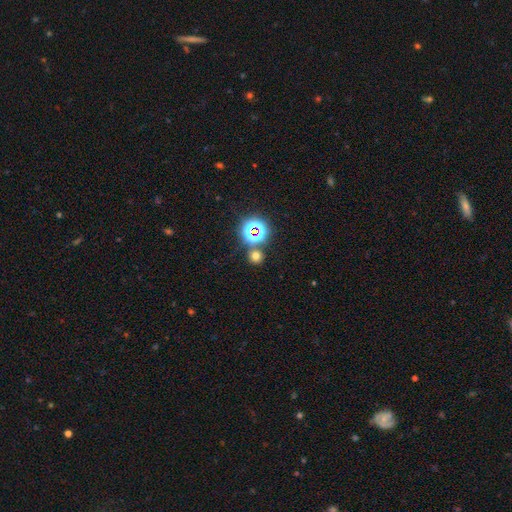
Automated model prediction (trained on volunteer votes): smooth_or_featured: smooth (p=0.61) [alt: star or artifact p=0.32]
how_rounded: round (p=0.90) [alt: in between p=0.09]
merging: none (p=0.78) [alt: merger p=0.11]